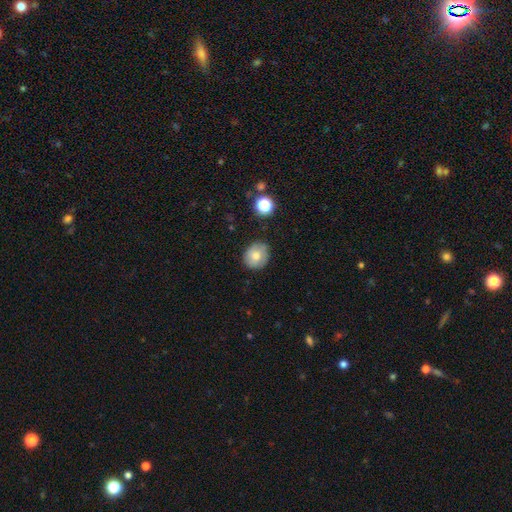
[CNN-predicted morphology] smooth 73%, featured or disk 17%, star or artifact 10%. Down the decision tree: how rounded — round (73%); merging — none (80%).